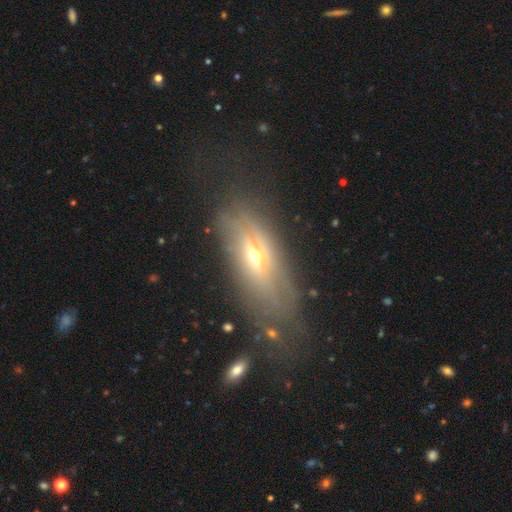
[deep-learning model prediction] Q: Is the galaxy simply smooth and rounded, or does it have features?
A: featured or disk — 58%.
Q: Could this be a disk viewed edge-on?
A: yes — 54%.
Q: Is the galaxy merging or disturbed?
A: none — 55%.